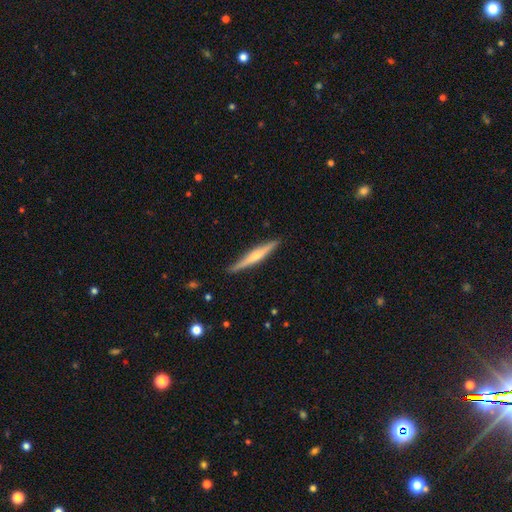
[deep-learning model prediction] Smooth or featured? featured or disk (57%)
Edge-on disk? yes (97%)
Edge-on bulge? rounded (58%)
Merging? none (89%)